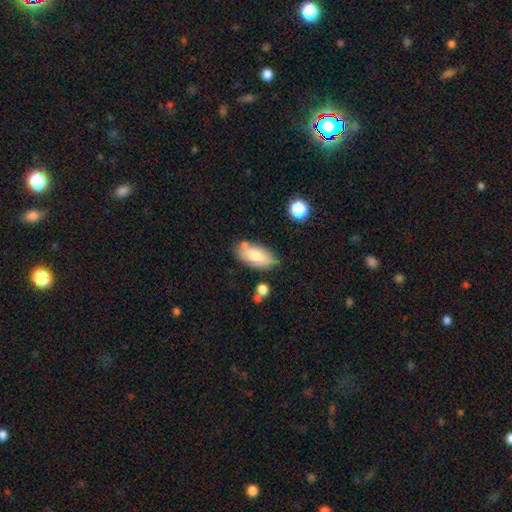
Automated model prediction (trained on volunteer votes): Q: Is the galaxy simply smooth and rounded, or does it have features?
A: smooth — 75%.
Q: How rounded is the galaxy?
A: in between — 91%.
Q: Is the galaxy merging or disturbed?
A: none — 71%.